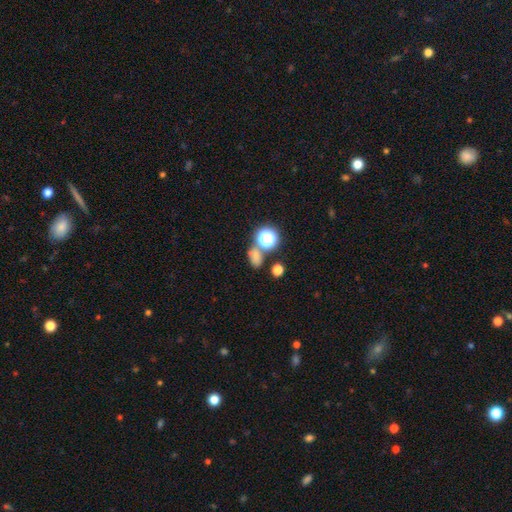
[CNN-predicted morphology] smooth 65%, star or artifact 26%, featured or disk 9%. Down the decision tree: how rounded — in between (59%); merging — none (59%).